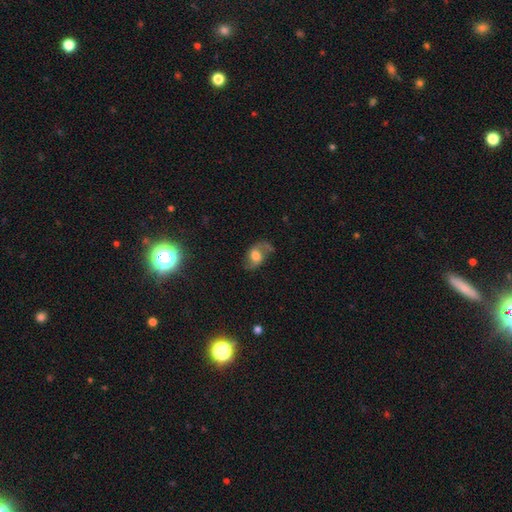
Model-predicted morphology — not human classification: smooth-or-featured: featured or disk: 55% | smooth: 35% | star or artifact: 10%
  disk-edge-on: no: 95% | yes: 5%
    bar: no: 56% | weak: 35% | strong: 9%
    has-spiral-arms: yes: 83% | no: 17%
    bulge-size: moderate: 45% | large: 36% | small: 10% | dominant: 5% | none: 3%
  merging: none: 57% | minor disturbance: 23% | major disturbance: 16% | merger: 4%